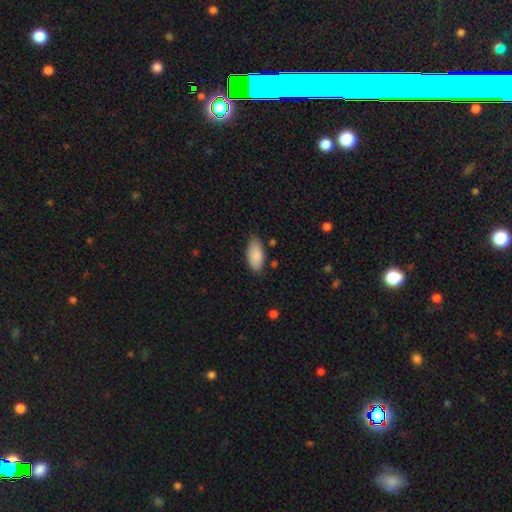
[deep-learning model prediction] Overall: smooth (88%). How rounded: in between (91%). Merging: none (77%).